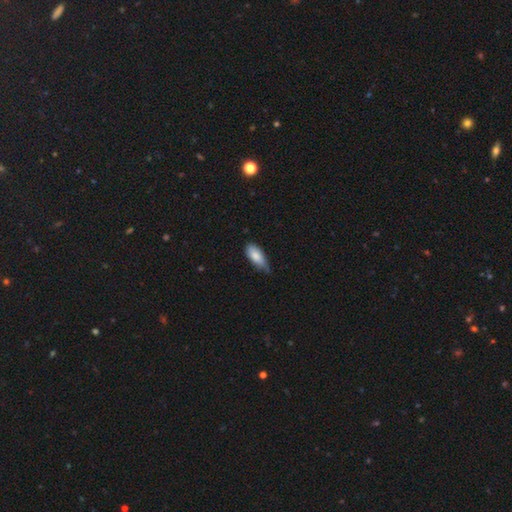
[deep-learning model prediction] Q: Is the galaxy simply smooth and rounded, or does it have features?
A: smooth — 82%.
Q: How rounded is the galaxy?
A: in between — 83%.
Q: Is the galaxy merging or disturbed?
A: none — 52%.